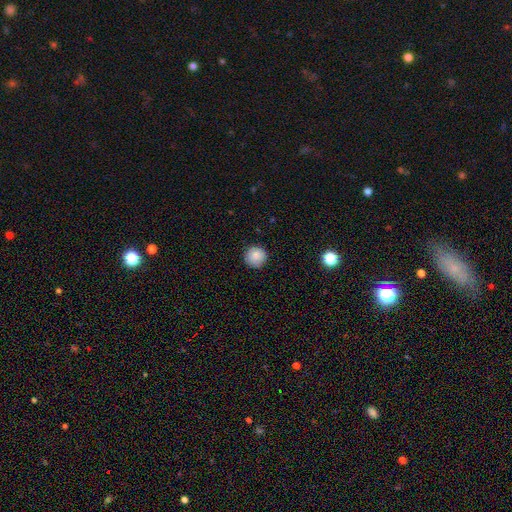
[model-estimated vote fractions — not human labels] Q: Smooth or featured?
A: smooth (87%); runner-up: star or artifact (9%)
Q: How rounded?
A: round (95%); runner-up: in between (4%)
Q: Merging?
A: none (89%); runner-up: minor disturbance (8%)